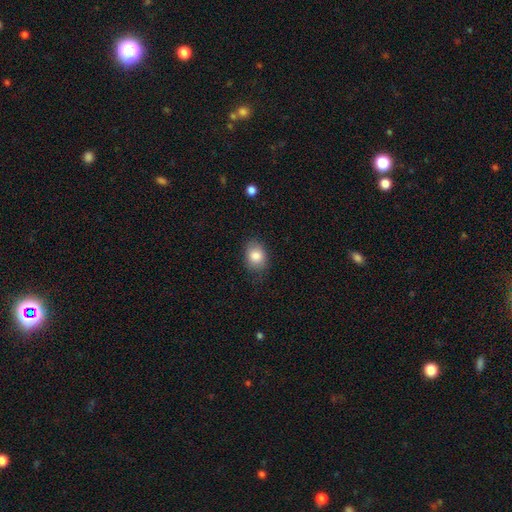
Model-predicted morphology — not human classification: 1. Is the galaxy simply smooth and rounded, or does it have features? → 84% smooth, 8% star or artifact, 8% featured or disk.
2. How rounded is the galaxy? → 67% in between, 32% round, 1% cigar-shaped.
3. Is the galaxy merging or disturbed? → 77% none, 18% minor disturbance, 5% major disturbance, 1% merger.